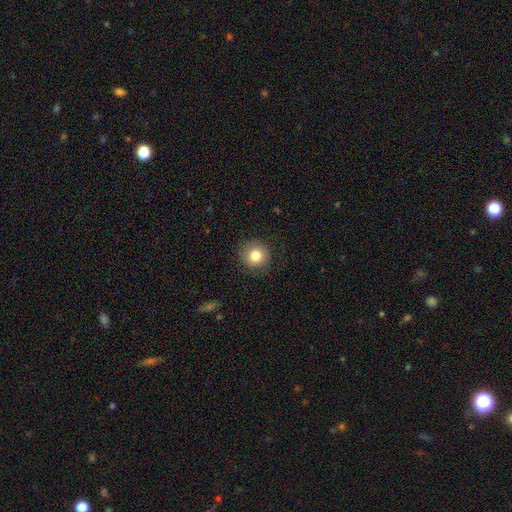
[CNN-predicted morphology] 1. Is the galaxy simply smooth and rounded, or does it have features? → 81% smooth, 10% star or artifact, 9% featured or disk.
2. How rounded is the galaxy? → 92% round, 7% in between, 1% cigar-shaped.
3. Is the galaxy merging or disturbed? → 88% none, 8% minor disturbance, 3% major disturbance, 1% merger.